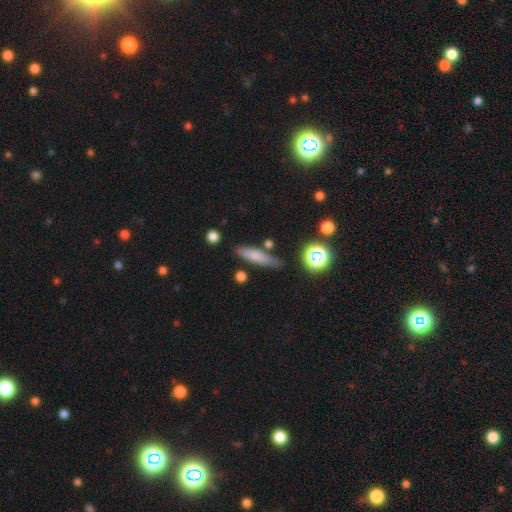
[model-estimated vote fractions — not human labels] This is likely a smooth galaxy (72%). How rounded: likely cigar-shaped (77%). Merging: likely none (78%).